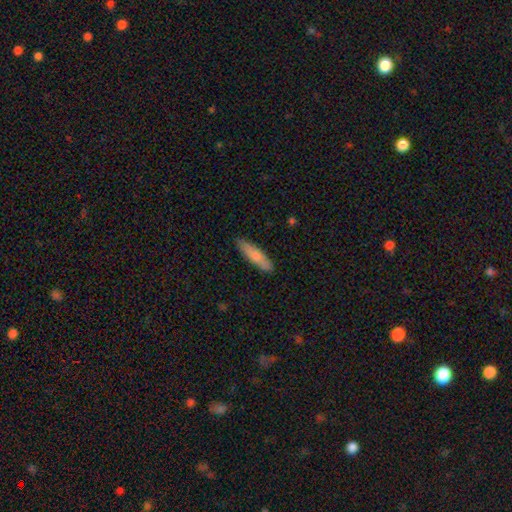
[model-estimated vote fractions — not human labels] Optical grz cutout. It shows a smooth galaxy with no disk features (73%) that is cigar-shaped (68%). Merging: none (87%).